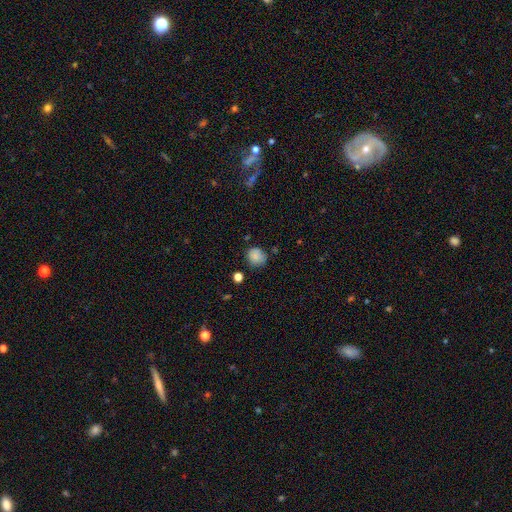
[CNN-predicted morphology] Smooth or featured? smooth (82%)
How rounded? round (79%)
Merging? none (69%)